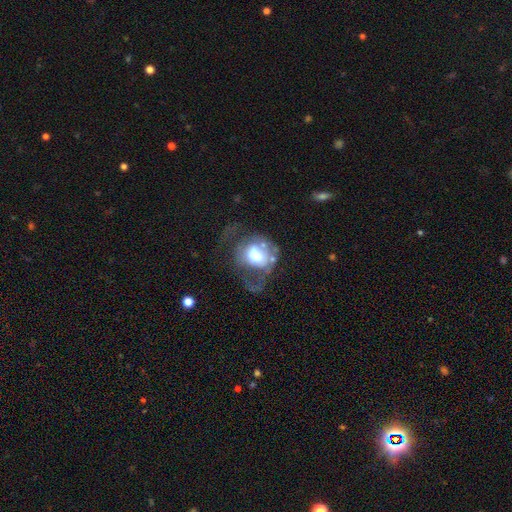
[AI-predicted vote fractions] Smooth or featured? Predicted: smooth (p=0.46). Merging? Predicted: major disturbance (p=0.48).